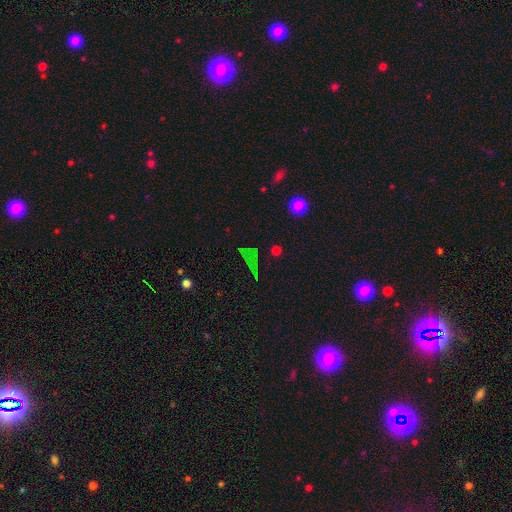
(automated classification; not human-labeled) Smooth or featured? Predicted: star or artifact (p=0.56).